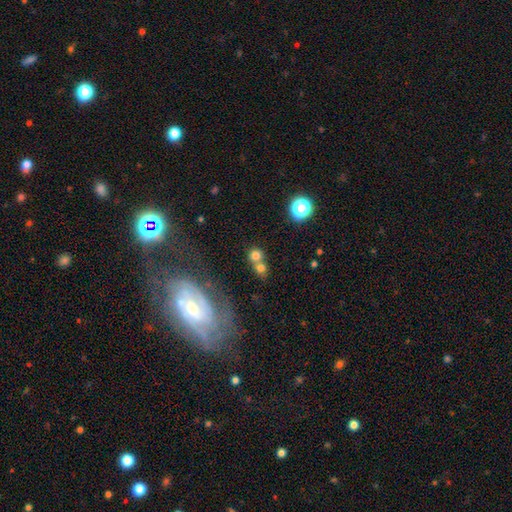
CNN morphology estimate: type=smooth (72%); roundness=round (84%); merging=merger (49%).